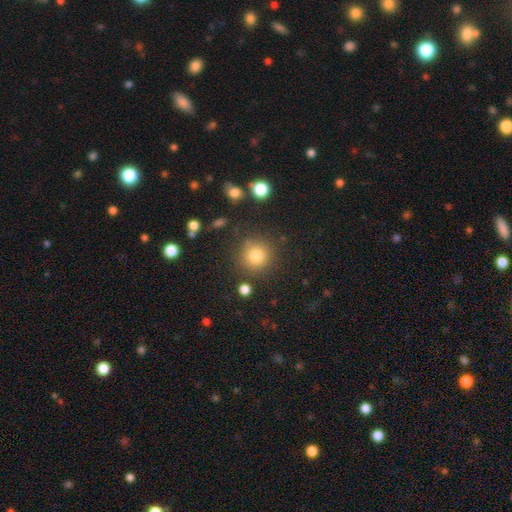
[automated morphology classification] Q: Smooth or featured?
A: smooth (80%); runner-up: star or artifact (13%)
Q: How rounded?
A: round (93%); runner-up: in between (6%)
Q: Merging?
A: none (83%); runner-up: minor disturbance (9%)